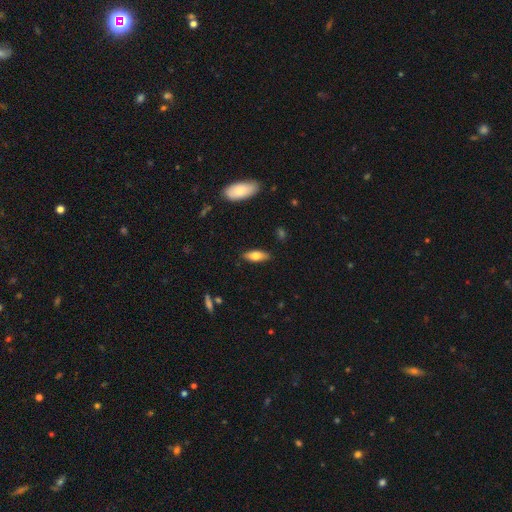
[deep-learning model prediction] The model was most divided on "how rounded": in between: 69%, cigar-shaped: 29%, round: 2%. More confident: merging — none (86%); smooth or featured — smooth (70%).